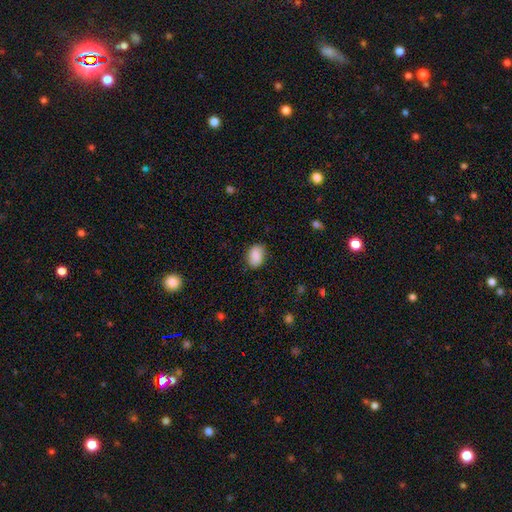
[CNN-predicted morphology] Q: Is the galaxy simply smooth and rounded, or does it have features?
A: smooth — 86%.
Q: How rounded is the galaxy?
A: in between — 78%.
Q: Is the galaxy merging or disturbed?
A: none — 81%.